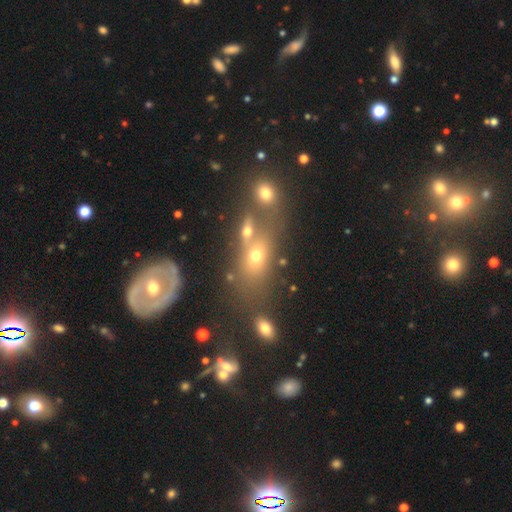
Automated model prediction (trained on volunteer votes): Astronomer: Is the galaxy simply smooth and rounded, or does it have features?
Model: smooth — 51% (runner-up: featured or disk, 28%).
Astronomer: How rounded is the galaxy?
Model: in between — 61%.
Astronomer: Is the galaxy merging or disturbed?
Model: none — 46% (runner-up: merger, 33%).